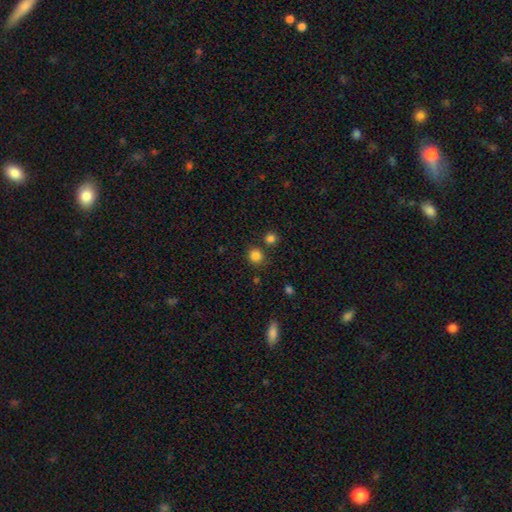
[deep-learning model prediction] Smooth or featured?
  - smooth: 83% *
  - star or artifact: 13%
  - featured or disk: 4%
How rounded?
  - round: 89% *
  - in between: 10%
  - cigar-shaped: 1%
Merging?
  - none: 81% *
  - merger: 8%
  - minor disturbance: 8%
  - major disturbance: 3%